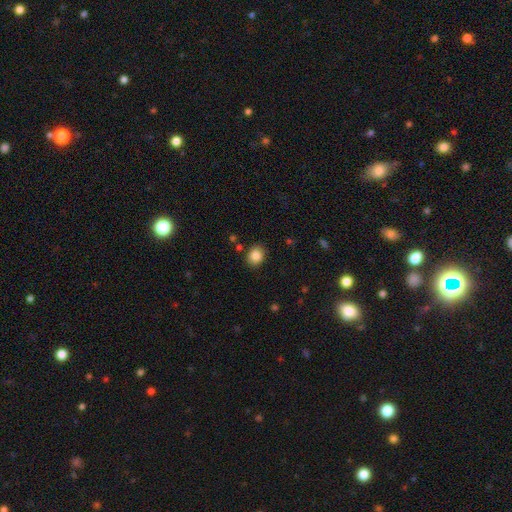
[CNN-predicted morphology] This appears to be a smooth galaxy with no disk features (85%) that is round (64%). Merging: none (86%).